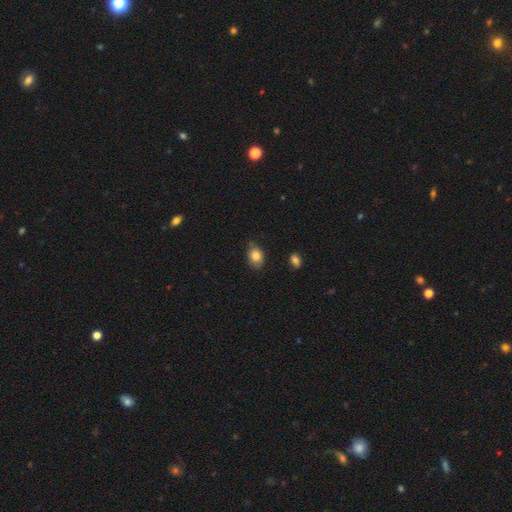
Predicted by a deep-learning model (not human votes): Smooth or featured? Predicted: smooth (p=0.83). How rounded? Predicted: in between (p=0.72). Merging? Predicted: none (p=0.74).